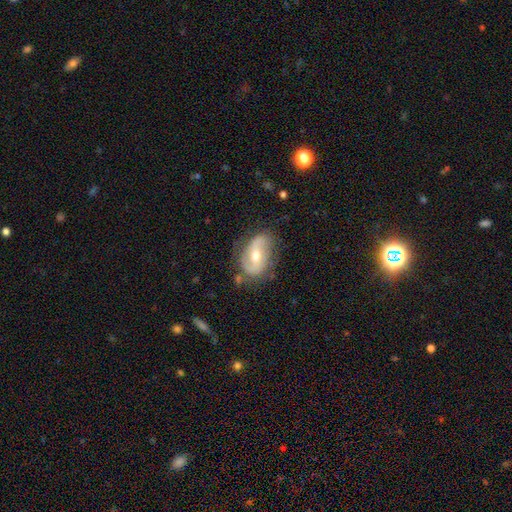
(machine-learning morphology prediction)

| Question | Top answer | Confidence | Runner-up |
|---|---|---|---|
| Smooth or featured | featured or disk | 71% | smooth (22%) |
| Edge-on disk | no | 95% | yes (5%) |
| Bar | weak | 41% | no (33%) |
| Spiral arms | yes | 83% | no (17%) |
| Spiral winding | medium | 40% | loose (37%) |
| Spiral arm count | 2 | 80% | can't tell (11%) |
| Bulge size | moderate | 66% | small (29%) |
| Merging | none | 67% | minor disturbance (22%) |